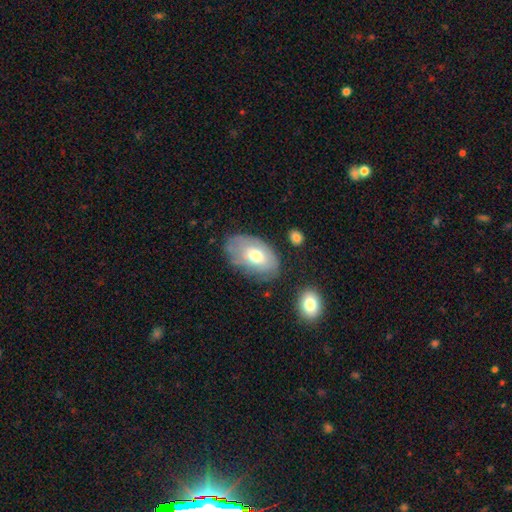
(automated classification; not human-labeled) Overall: smooth (59%; featured or disk 33%). How rounded: in between (93%). Merging: none (64%; minor disturbance 24%).